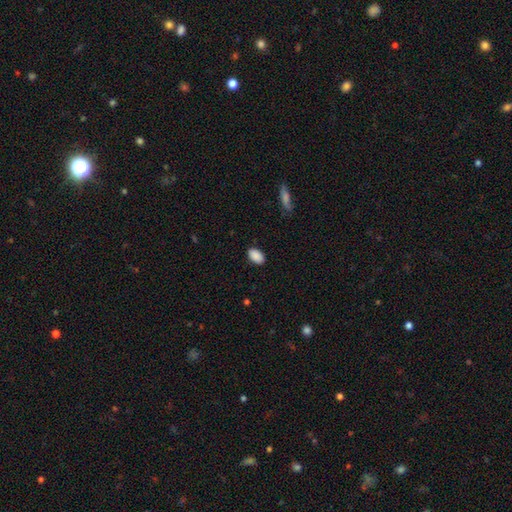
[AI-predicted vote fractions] Smooth or featured? Predicted: smooth (p=0.90). How rounded? Predicted: in between (p=0.91). Merging? Predicted: none (p=0.87).